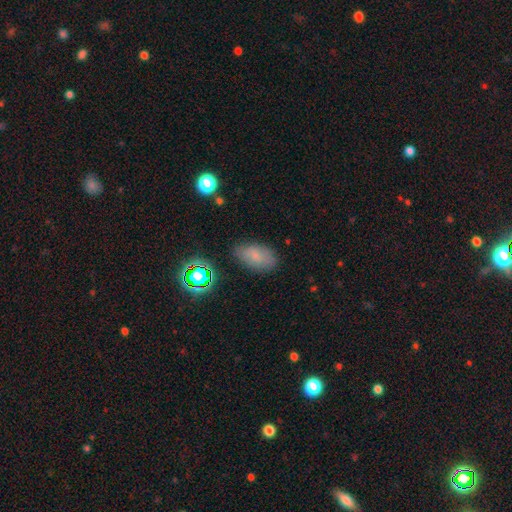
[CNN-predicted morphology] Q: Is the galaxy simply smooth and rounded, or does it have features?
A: smooth — 73%.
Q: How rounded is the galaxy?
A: in between — 91%.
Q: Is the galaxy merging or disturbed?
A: none — 78%.